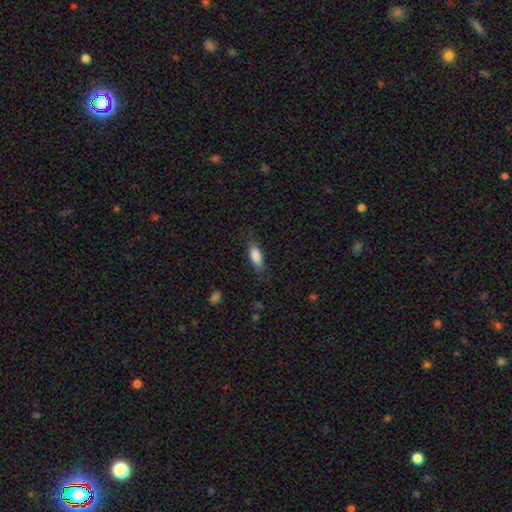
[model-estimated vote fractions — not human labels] smooth_or_featured: smooth (p=0.85) [alt: featured or disk p=0.08]
how_rounded: in between (p=0.72) [alt: cigar-shaped p=0.26]
merging: none (p=0.79) [alt: minor disturbance p=0.15]